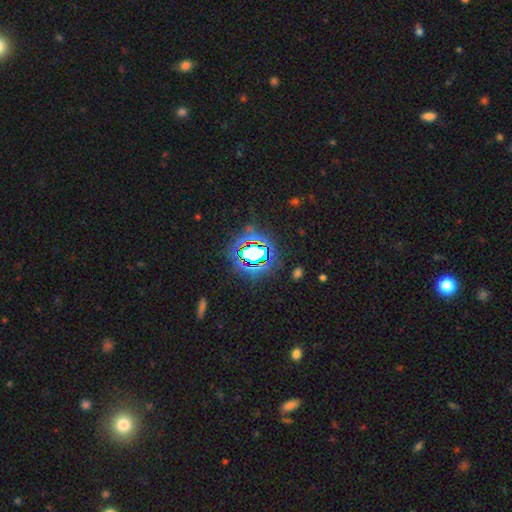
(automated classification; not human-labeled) A star or artifact, not a galaxy (68%).

Vote fractions:
- Smooth or featured? star or artifact: 68% / smooth: 20% / featured or disk: 12%